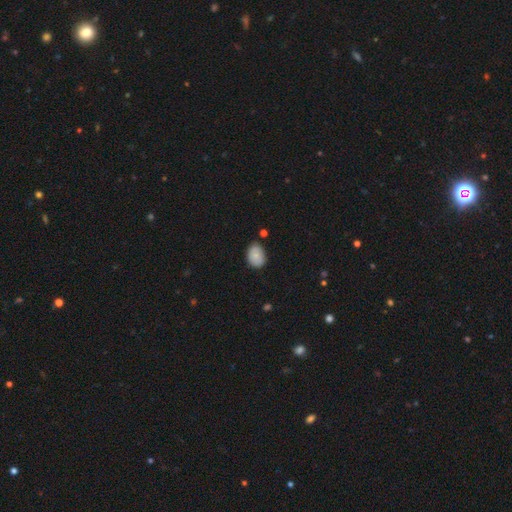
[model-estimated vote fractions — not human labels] smooth-or-featured: smooth: 84% | featured or disk: 9% | star or artifact: 7%
  how-rounded: in between: 79% | round: 20% | cigar-shaped: 1%
  merging: none: 76% | minor disturbance: 18% | major disturbance: 3% | merger: 3%